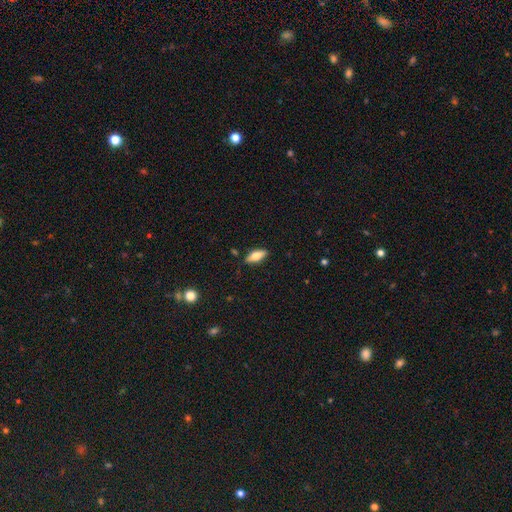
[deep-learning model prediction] Smooth or featured?
  - smooth: 65% *
  - featured or disk: 28%
  - star or artifact: 7%
How rounded?
  - in between: 74% *
  - cigar-shaped: 23%
  - round: 3%
Merging?
  - none: 86% *
  - minor disturbance: 10%
  - major disturbance: 2%
  - merger: 2%